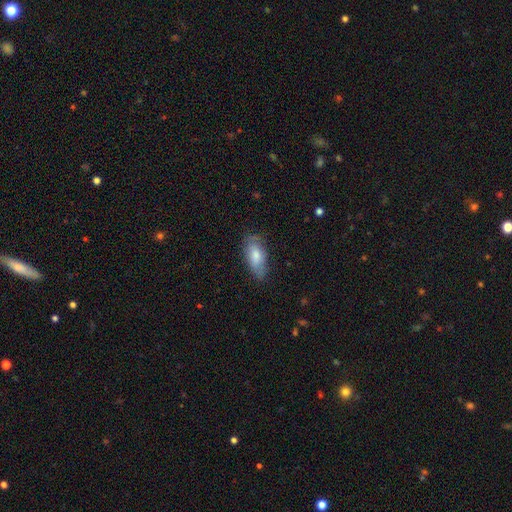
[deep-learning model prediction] smooth-or-featured: smooth: 74% | featured or disk: 20% | star or artifact: 6%
  how-rounded: in between: 84% | cigar-shaped: 13% | round: 2%
  merging: none: 71% | minor disturbance: 22% | major disturbance: 5% | merger: 1%